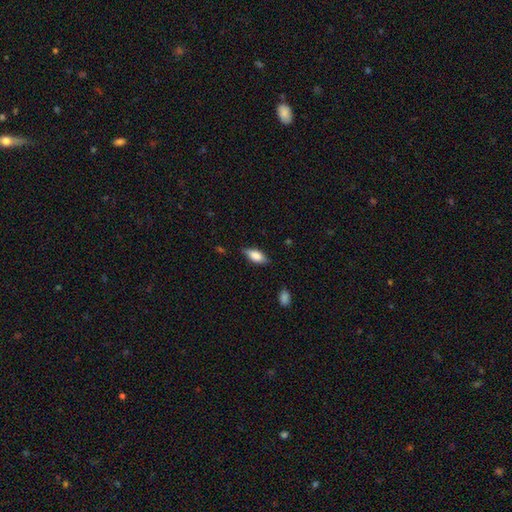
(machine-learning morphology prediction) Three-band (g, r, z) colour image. It shows a smooth galaxy with no disk features (76%) that is in between round and cigar-shaped (82%). Merging: none (79%).